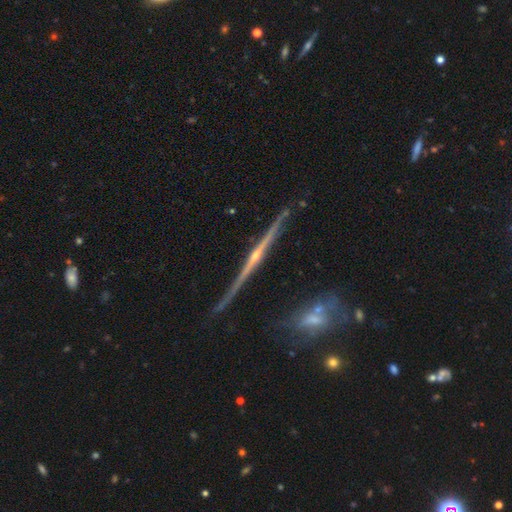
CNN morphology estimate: A featured or disk galaxy (87%) viewed edge-on (98%) with a rounded central bulge (80%).

Vote fractions:
- Smooth or featured? featured or disk: 87% / smooth: 6% / star or artifact: 6%
- Edge-on disk? yes: 98% / no: 2%
- Edge-on bulge? rounded: 80% / none: 15% / boxy: 5%
- Merging? none: 85% / minor disturbance: 10% / merger: 3% / major disturbance: 2%